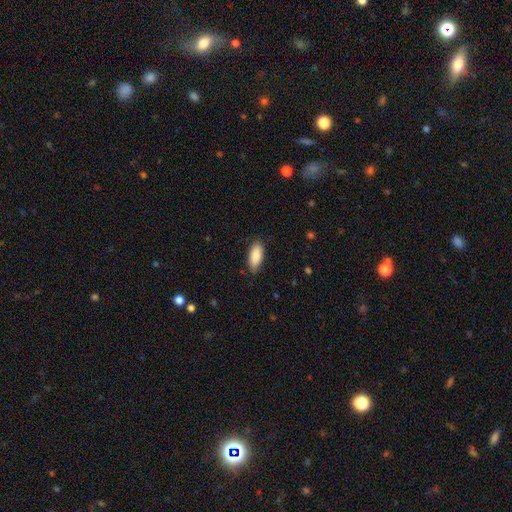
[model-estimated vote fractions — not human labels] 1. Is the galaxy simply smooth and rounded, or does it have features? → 87% smooth, 7% featured or disk, 6% star or artifact.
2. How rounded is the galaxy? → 85% in between, 13% cigar-shaped, 2% round.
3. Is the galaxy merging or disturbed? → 85% none, 12% minor disturbance, 2% major disturbance, 1% merger.